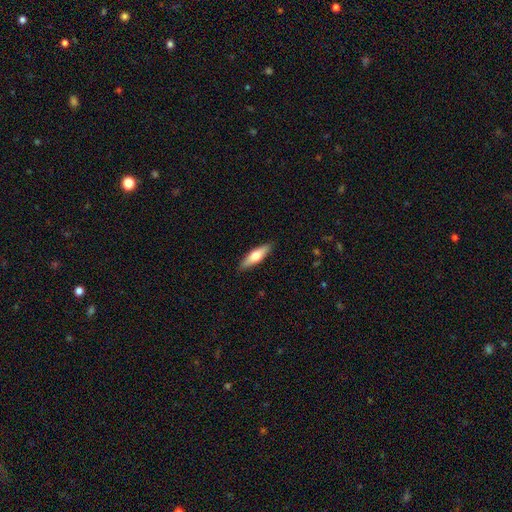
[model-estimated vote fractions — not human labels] This appears to be a smooth galaxy with no disk features (58%) that is cigar-shaped (59%). Merging: none (89%).